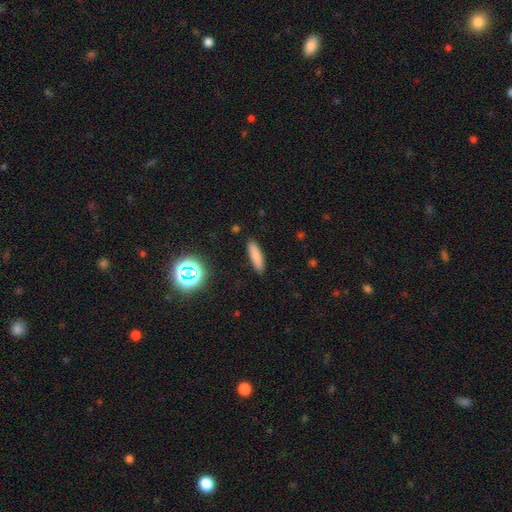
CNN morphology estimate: smooth_or_featured: smooth (p=0.80) [alt: star or artifact p=0.10]
how_rounded: cigar-shaped (p=0.69) [alt: in between p=0.29]
merging: none (p=0.89) [alt: minor disturbance p=0.08]